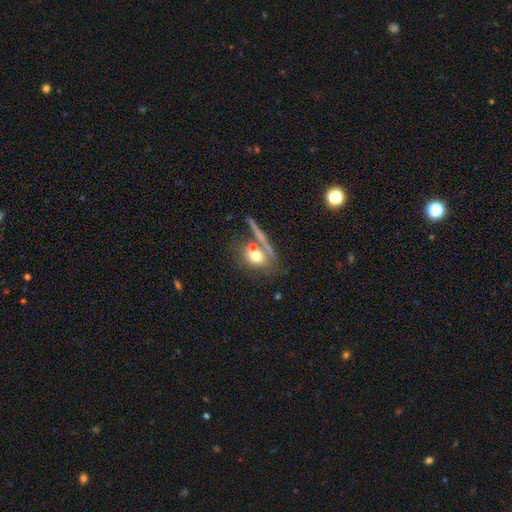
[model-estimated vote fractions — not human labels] A smooth galaxy with no disk features (65%) that is round (49%).

Vote fractions:
- Smooth or featured? smooth: 65% / featured or disk: 25% / star or artifact: 9%
- How rounded? round: 49% / in between: 44% / cigar-shaped: 7%
- Merging? none: 45% / merger: 36% / minor disturbance: 12% / major disturbance: 7%